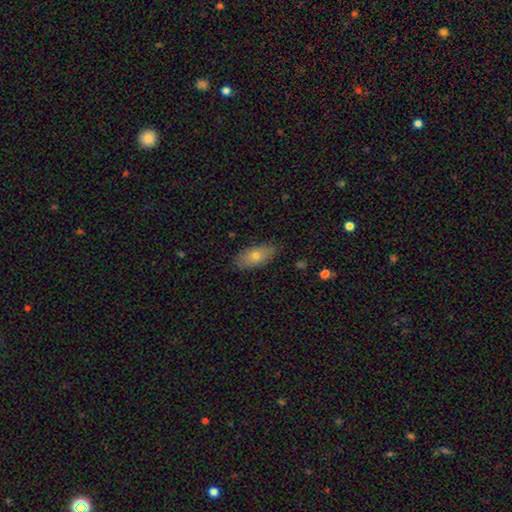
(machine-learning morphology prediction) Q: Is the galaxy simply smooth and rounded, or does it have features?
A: smooth — 69%.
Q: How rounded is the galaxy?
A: in between — 84%.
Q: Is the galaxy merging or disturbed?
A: none — 85%.